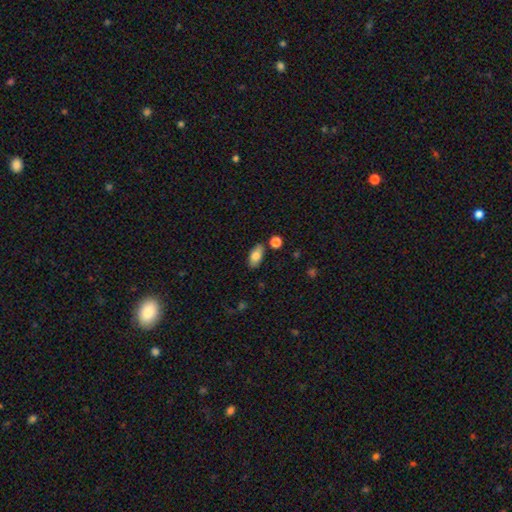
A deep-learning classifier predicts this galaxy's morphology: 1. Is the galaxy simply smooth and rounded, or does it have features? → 83% smooth, 10% featured or disk, 7% star or artifact.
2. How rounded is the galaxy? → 90% in between, 7% cigar-shaped, 3% round.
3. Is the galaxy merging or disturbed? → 81% none, 12% minor disturbance, 5% merger, 3% major disturbance.